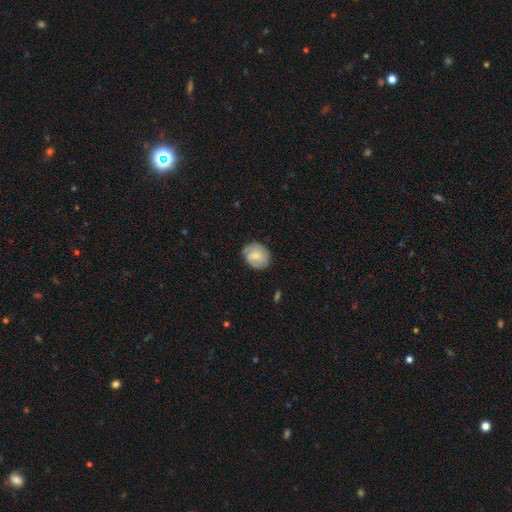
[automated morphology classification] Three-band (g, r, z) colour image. It shows a smooth galaxy with no disk features (49%). Merging: none (71%).